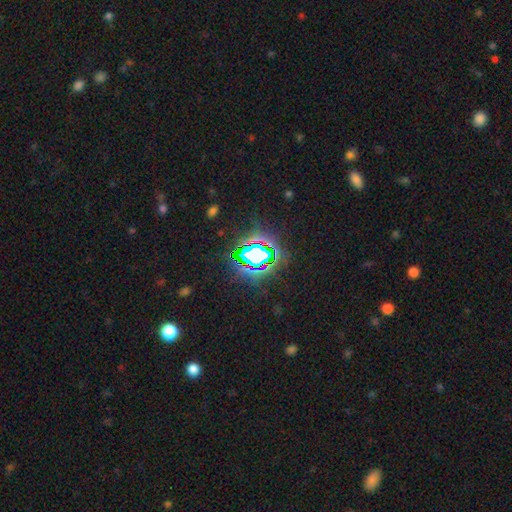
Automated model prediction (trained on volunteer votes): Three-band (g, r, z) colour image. It shows a star or artifact, not a galaxy (70%).